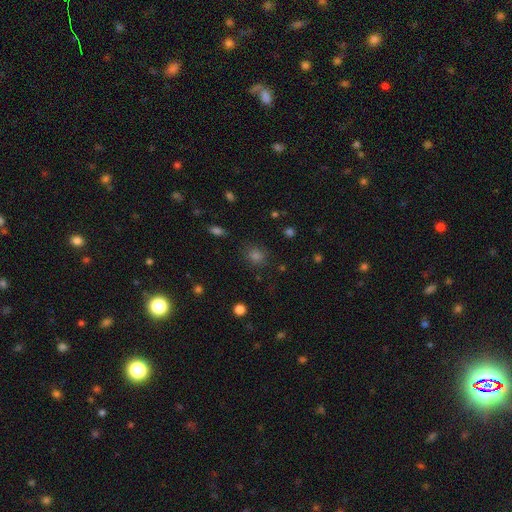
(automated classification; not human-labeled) A smooth galaxy with no disk features (69%) that is round (74%).

Vote fractions:
- Smooth or featured? smooth: 69% / star or artifact: 25% / featured or disk: 6%
- How rounded? round: 74% / in between: 24% / cigar-shaped: 1%
- Merging? none: 83% / minor disturbance: 11% / major disturbance: 4% / merger: 2%